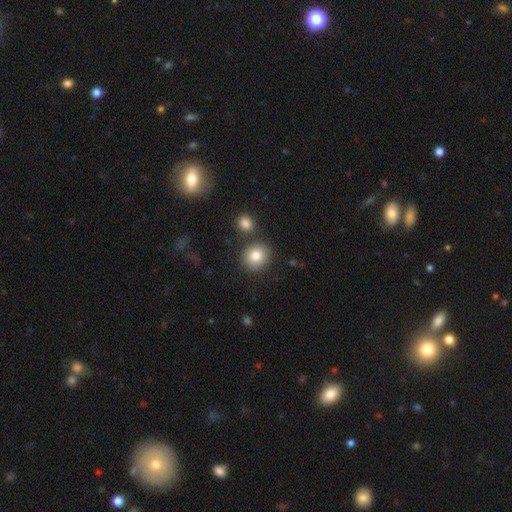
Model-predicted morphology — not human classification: This is clearly a smooth galaxy (83%). How rounded: clearly round (87%). Merging: clearly none (81%).